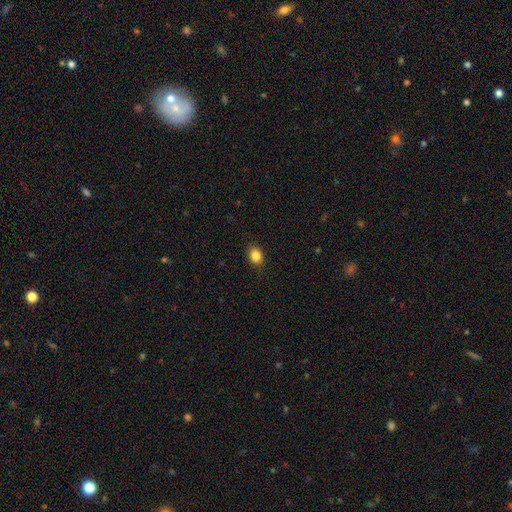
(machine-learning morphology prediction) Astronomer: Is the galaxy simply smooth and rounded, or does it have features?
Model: smooth — 85%.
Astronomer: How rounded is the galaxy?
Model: in between — 59% (runner-up: round, 40%).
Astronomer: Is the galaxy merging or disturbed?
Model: none — 87%.